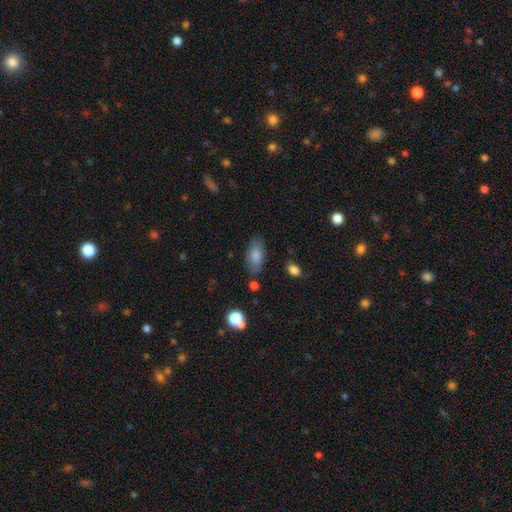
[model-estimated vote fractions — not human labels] Smooth or featured?
  - smooth: 81% *
  - featured or disk: 11%
  - star or artifact: 7%
How rounded?
  - in between: 90% *
  - cigar-shaped: 7%
  - round: 3%
Merging?
  - none: 76% *
  - minor disturbance: 16%
  - major disturbance: 4%
  - merger: 4%